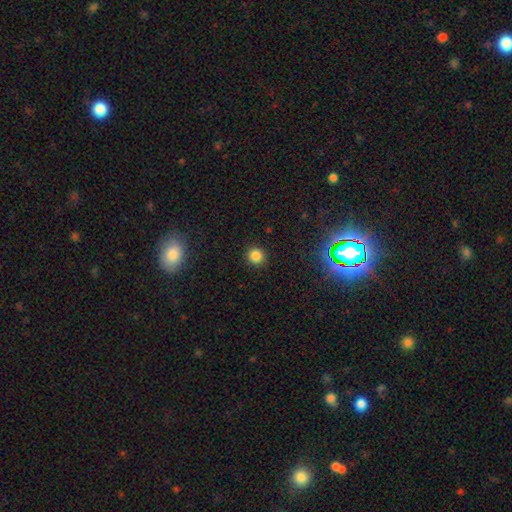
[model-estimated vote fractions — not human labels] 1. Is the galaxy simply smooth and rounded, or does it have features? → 82% smooth, 14% star or artifact, 4% featured or disk.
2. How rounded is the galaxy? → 93% round, 6% in between, 1% cigar-shaped.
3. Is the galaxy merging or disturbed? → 91% none, 6% minor disturbance, 2% major disturbance, 1% merger.